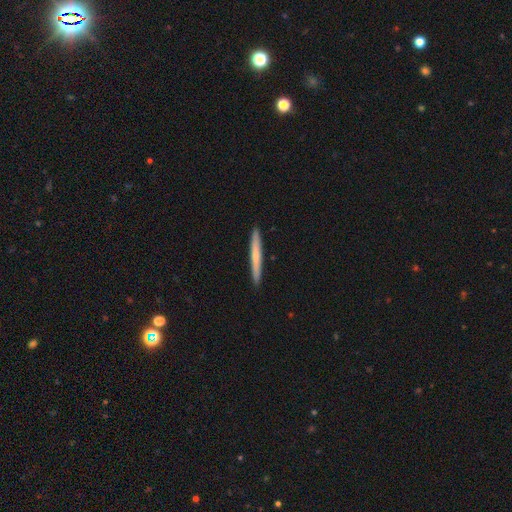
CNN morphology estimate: smooth_or_featured: smooth (p=0.54) [alt: featured or disk p=0.40]
how_rounded: cigar-shaped (p=0.97) [alt: in between p=0.02]
merging: none (p=0.92) [alt: minor disturbance p=0.06]